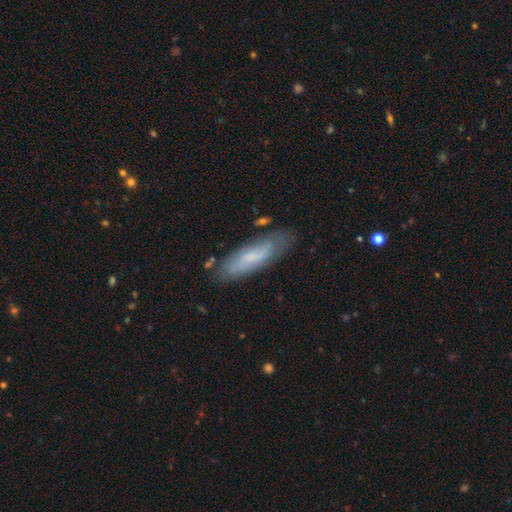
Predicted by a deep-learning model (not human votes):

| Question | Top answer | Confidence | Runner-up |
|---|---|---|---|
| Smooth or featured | smooth | 55% | featured or disk (36%) |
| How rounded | cigar-shaped | 64% | in between (34%) |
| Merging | none | 79% | minor disturbance (15%) |